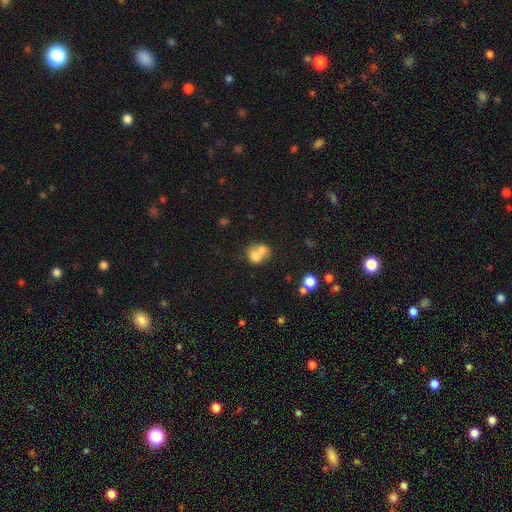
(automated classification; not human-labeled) Smooth or featured: smooth — 69% (featured or disk — 20%)
How rounded: round — 65% (in between — 34%)
Merging: merger — 65% (none — 25%)